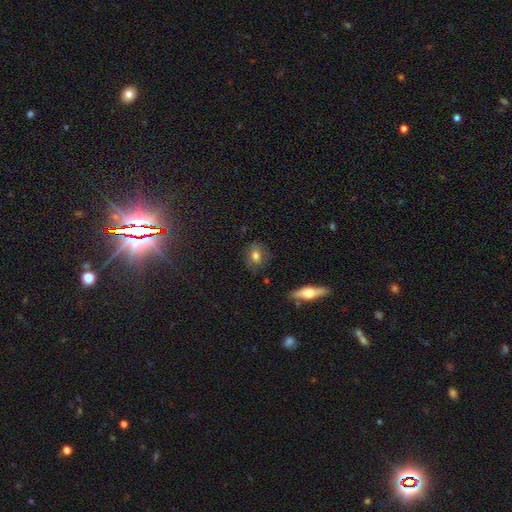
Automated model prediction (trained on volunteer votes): This is likely a smooth galaxy (71%). How rounded: possibly in between (49%). Merging: likely none (78%).